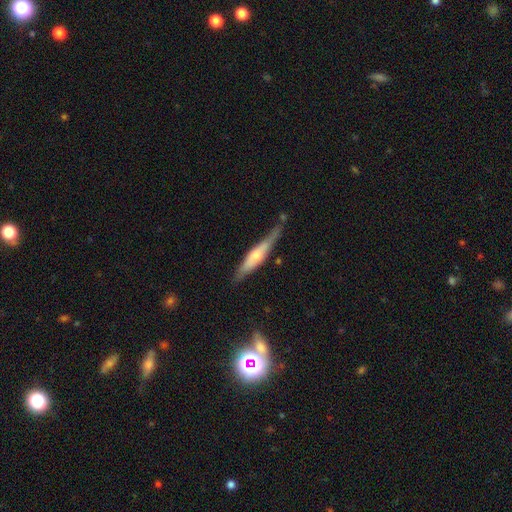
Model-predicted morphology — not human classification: smooth_or_featured: featured or disk (p=0.54) [alt: smooth p=0.40]
disk_edge_on: yes (p=0.89) [alt: no p=0.11]
merging: none (p=0.69) [alt: minor disturbance p=0.22]